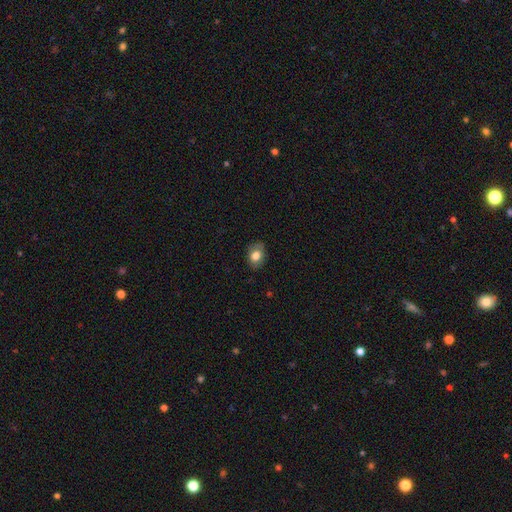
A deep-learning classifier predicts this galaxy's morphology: type=smooth (76%); roundness=in between (72%); merging=none (80%).